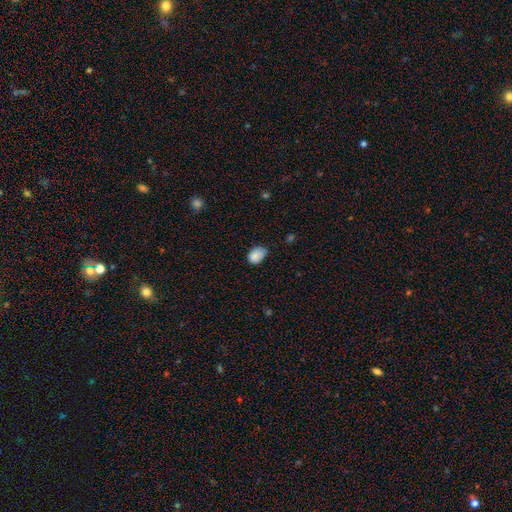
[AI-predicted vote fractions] This is clearly a smooth galaxy (85%). How rounded: likely in between (74%). Merging: possibly none (54%).